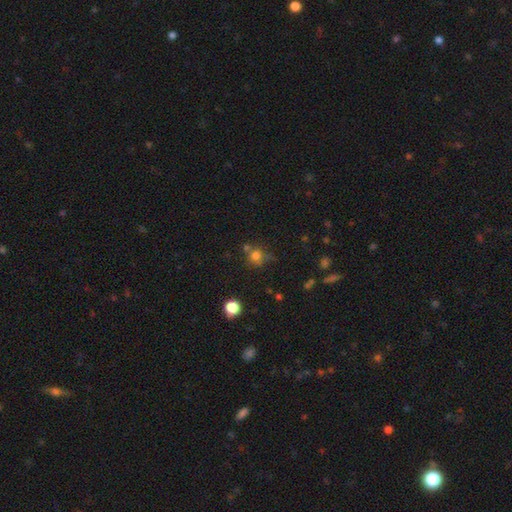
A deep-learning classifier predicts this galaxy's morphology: smooth-or-featured: smooth: 71% | star or artifact: 19% | featured or disk: 10%
  how-rounded: round: 85% | in between: 14% | cigar-shaped: 1%
  merging: none: 59% | merger: 18% | minor disturbance: 16% | major disturbance: 7%